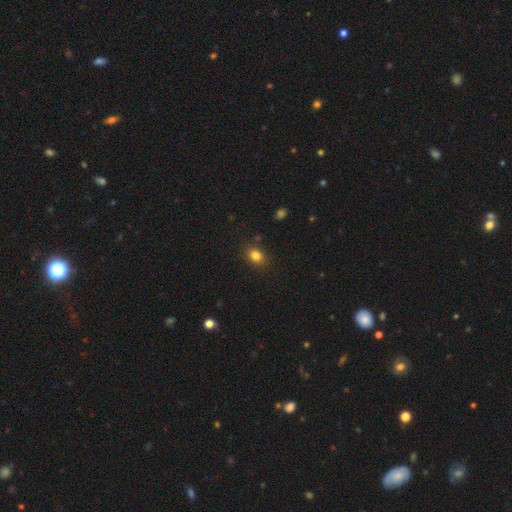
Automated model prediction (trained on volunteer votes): Overall: smooth (82%). How rounded: round (50%; in between 49%). Merging: none (84%).